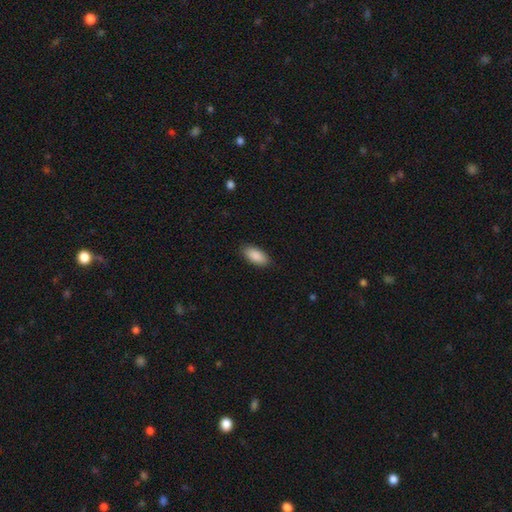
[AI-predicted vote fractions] smooth_or_featured: smooth (p=0.90) [alt: star or artifact p=0.06]
how_rounded: in between (p=0.90) [alt: cigar-shaped p=0.08]
merging: none (p=0.88) [alt: minor disturbance p=0.09]